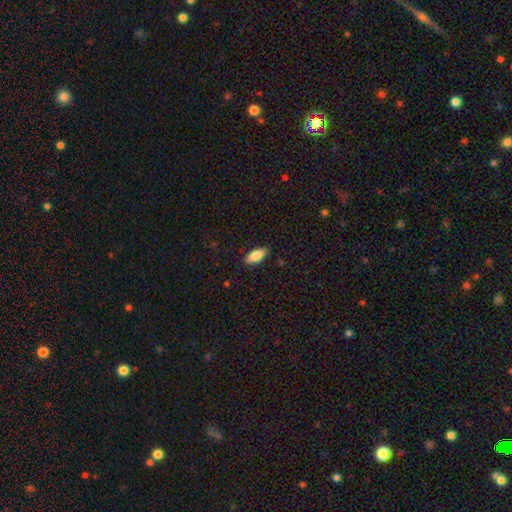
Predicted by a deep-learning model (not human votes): smooth_or_featured: smooth (p=0.83) [alt: featured or disk p=0.10]
how_rounded: in between (p=0.86) [alt: cigar-shaped p=0.12]
merging: none (p=0.86) [alt: minor disturbance p=0.11]